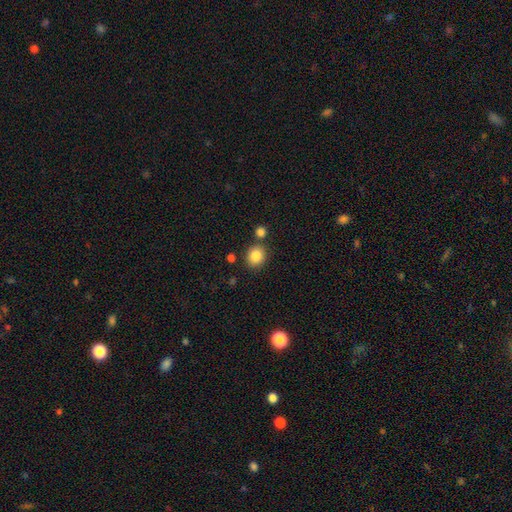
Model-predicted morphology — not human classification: smooth_or_featured: smooth (p=0.85) [alt: star or artifact p=0.10]
how_rounded: round (p=0.73) [alt: in between p=0.26]
merging: none (p=0.76) [alt: merger p=0.11]